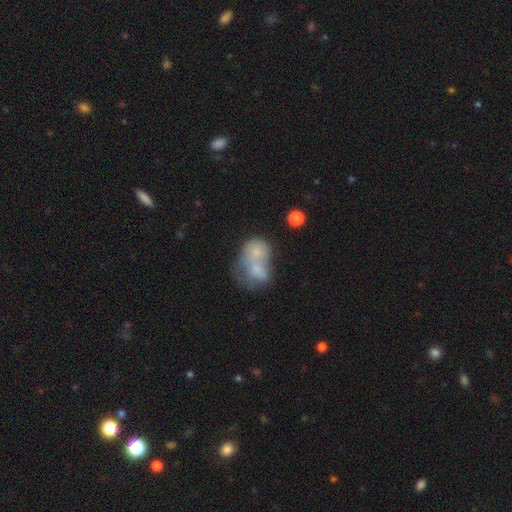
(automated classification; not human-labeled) This appears to be a smooth galaxy with no disk features (65%) that is in between round and cigar-shaped (60%). Merging: merger (70%).